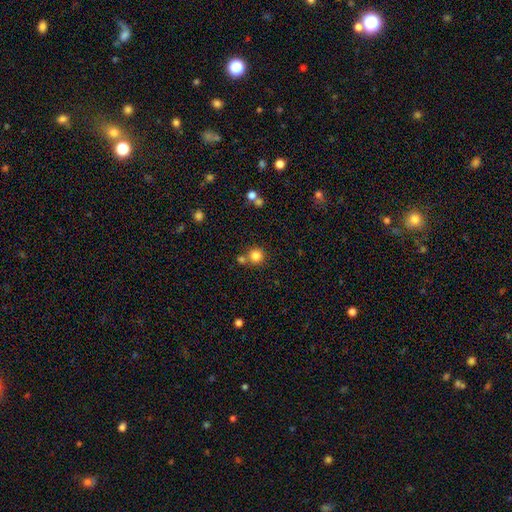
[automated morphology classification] Smooth or featured?
  - smooth: 83% *
  - star or artifact: 12%
  - featured or disk: 6%
How rounded?
  - round: 93% *
  - in between: 6%
  - cigar-shaped: 1%
Merging?
  - none: 71% *
  - merger: 18%
  - minor disturbance: 8%
  - major disturbance: 3%